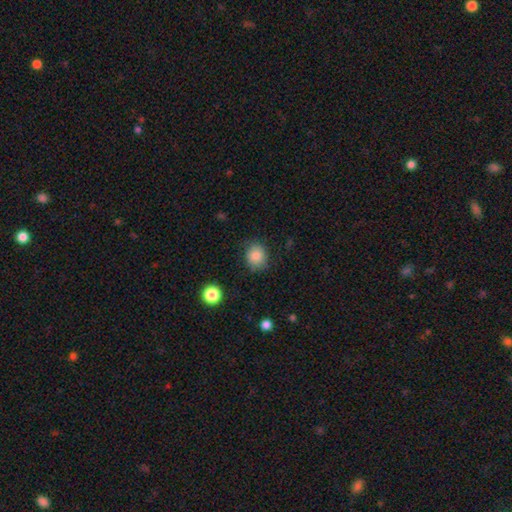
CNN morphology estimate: Smooth or featured? Predicted: smooth (p=0.84). How rounded? Predicted: round (p=0.75). Merging? Predicted: none (p=0.79).